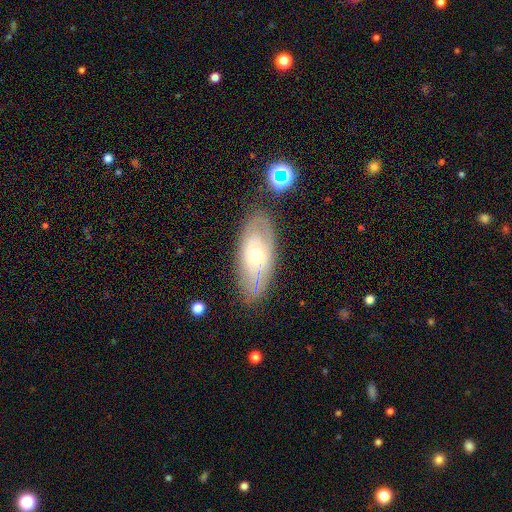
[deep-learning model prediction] This appears to be a featured or disk galaxy (64%) with no bar (82%), spiral arms (58%) and a moderate central bulge (66%). Merging: none (76%).